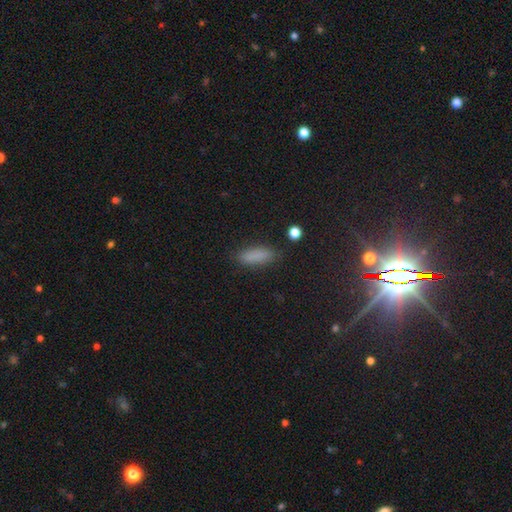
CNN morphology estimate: Overall: smooth (84%). How rounded: in between (54%; cigar-shaped 43%). Merging: none (84%).